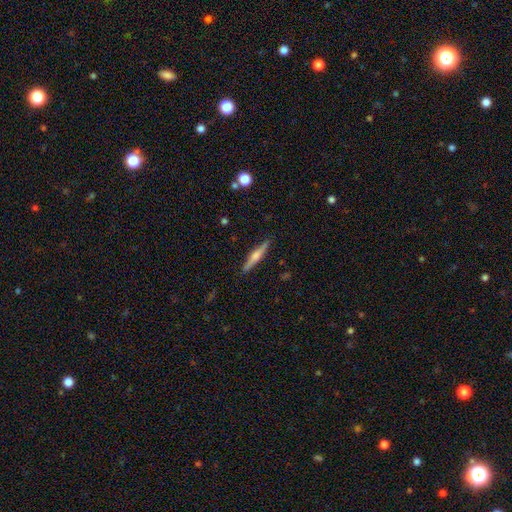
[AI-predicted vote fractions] Q: Smooth or featured?
A: featured or disk (65%); runner-up: smooth (29%)
Q: Edge-on disk?
A: yes (98%); runner-up: no (2%)
Q: Edge-on bulge?
A: rounded (85%); runner-up: boxy (10%)
Q: Merging?
A: none (91%); runner-up: minor disturbance (7%)